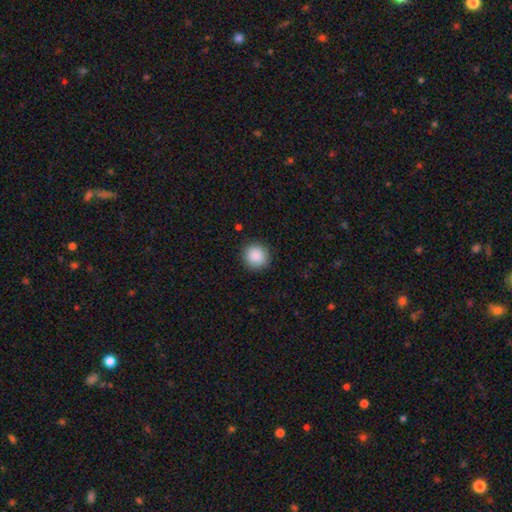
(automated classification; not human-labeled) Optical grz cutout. It shows a smooth galaxy with no disk features (89%) that is round (92%). Merging: none (91%).